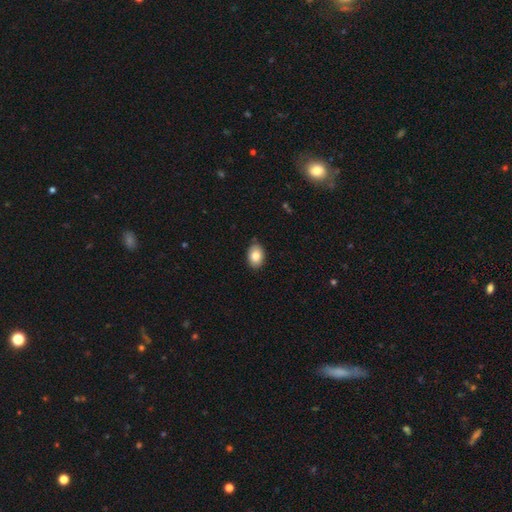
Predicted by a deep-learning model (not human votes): Overall: smooth (83%). How rounded: in between (81%). Merging: none (87%).